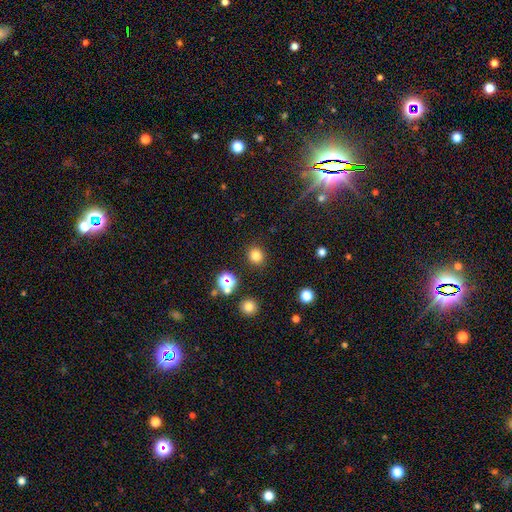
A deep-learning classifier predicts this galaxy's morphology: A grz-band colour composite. It shows a smooth galaxy with no disk features (79%) that is round (84%). Merging: none (88%).